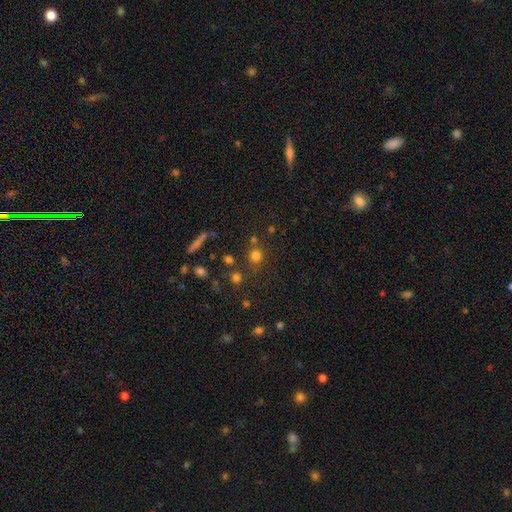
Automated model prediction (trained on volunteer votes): Morphology: type=smooth (72%); roundness=round (87%); merging=none (71%).